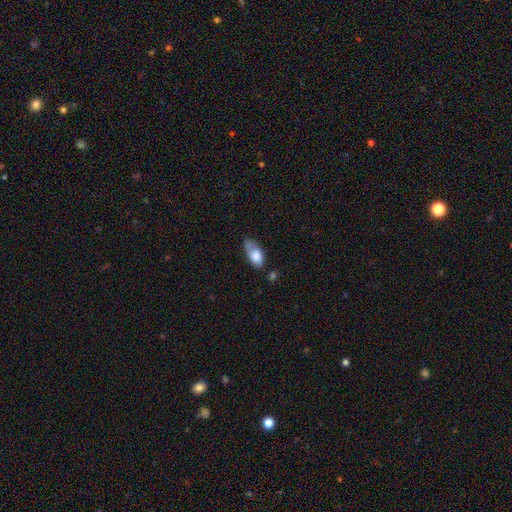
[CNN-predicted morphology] This appears to be a smooth galaxy with no disk features (74%) that is in between round and cigar-shaped (89%). Merging: none (40%).